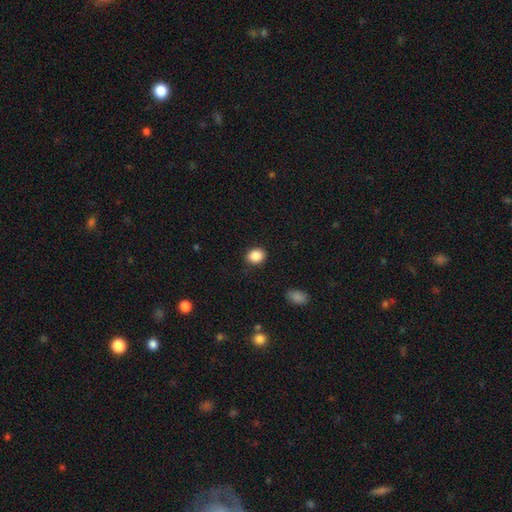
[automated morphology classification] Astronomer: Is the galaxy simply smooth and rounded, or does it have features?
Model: smooth — 88%.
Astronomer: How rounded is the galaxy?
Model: round — 53% (runner-up: in between, 46%).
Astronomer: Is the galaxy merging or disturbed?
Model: none — 89%.